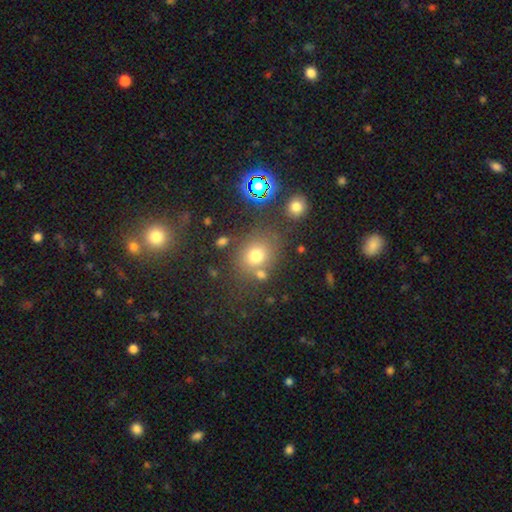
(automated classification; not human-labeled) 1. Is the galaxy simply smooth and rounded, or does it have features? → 72% smooth, 18% star or artifact, 9% featured or disk.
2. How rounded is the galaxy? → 71% round, 28% in between, 1% cigar-shaped.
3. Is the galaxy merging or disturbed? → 68% none, 13% merger, 12% minor disturbance, 6% major disturbance.